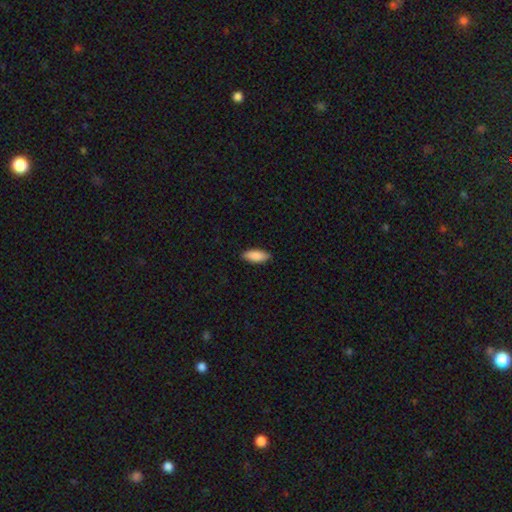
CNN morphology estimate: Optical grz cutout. It shows a smooth galaxy with no disk features (88%) that is in between round and cigar-shaped (80%). Merging: none (87%).